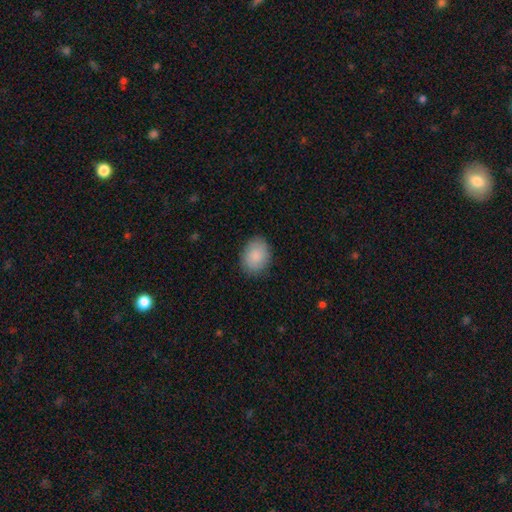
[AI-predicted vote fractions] A smooth galaxy with no disk features (84%) that is in between round and cigar-shaped (67%). Merging: none (86%).